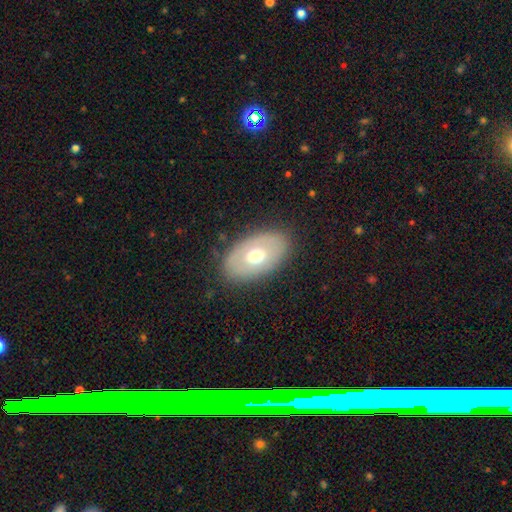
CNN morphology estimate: Q: Smooth or featured?
A: smooth (54%); runner-up: featured or disk (39%)
Q: How rounded?
A: in between (89%); runner-up: round (9%)
Q: Merging?
A: none (83%); runner-up: minor disturbance (12%)